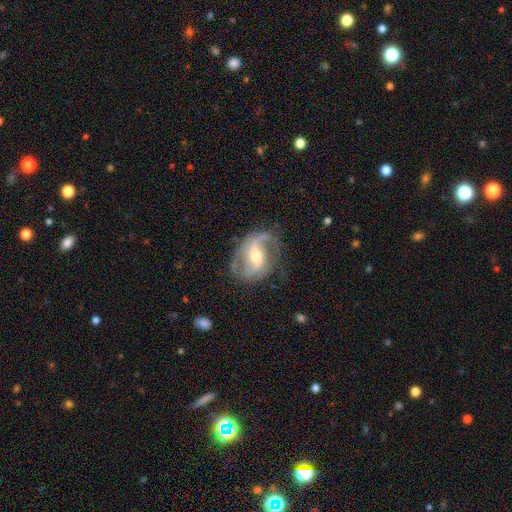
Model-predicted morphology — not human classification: featured or disk 88%, smooth 7%, star or artifact 5%. Down the decision tree: edge-on disk — no (97%); bar — weak (44%); spiral arms — yes (95%); spiral arm count — 2 (84%); spiral winding — loose (44%); bulge size — moderate (56%); merging — none (71%).